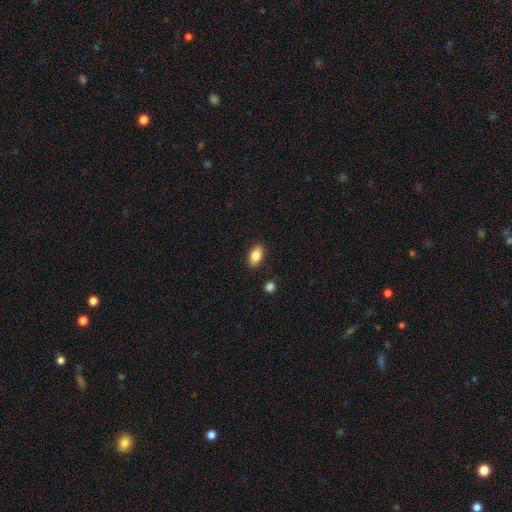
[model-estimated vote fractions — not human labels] This appears to be a smooth galaxy with no disk features (83%) that is in between round and cigar-shaped (91%). Merging: none (88%).